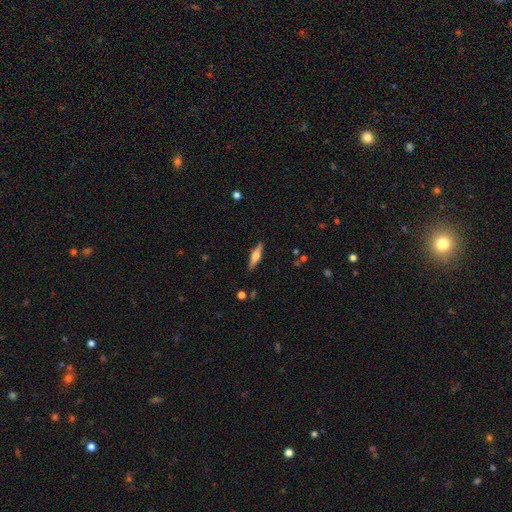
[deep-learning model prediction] This is possibly a featured or disk galaxy (58%). It is clearly viewed edge-on (96%). Edge-on bulge: clearly rounded (88%). Merging: clearly none (89%).